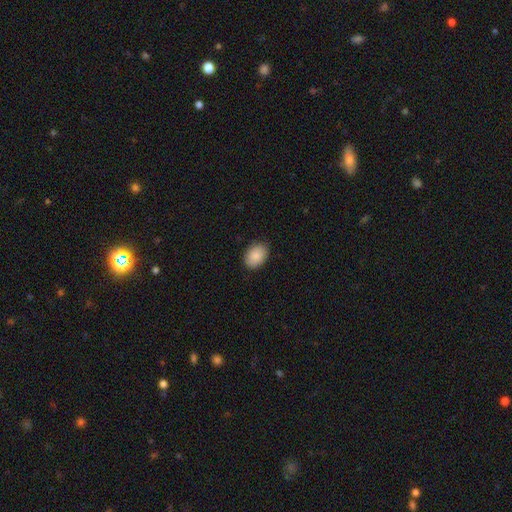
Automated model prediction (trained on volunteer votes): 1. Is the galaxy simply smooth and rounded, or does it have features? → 89% smooth, 7% star or artifact, 4% featured or disk.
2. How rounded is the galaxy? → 80% in between, 19% round, 1% cigar-shaped.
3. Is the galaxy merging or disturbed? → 85% none, 12% minor disturbance, 2% major disturbance, 1% merger.